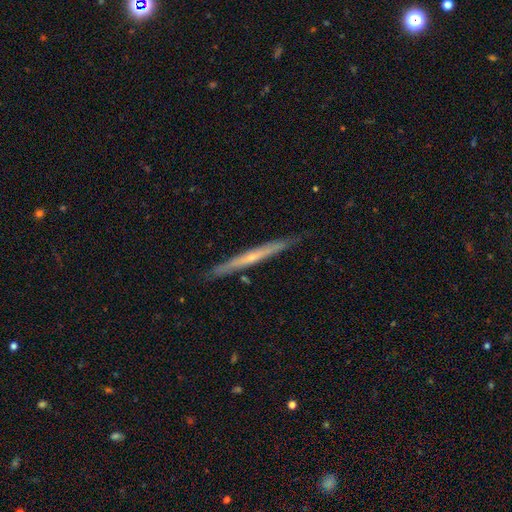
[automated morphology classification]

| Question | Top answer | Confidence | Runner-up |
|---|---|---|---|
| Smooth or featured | featured or disk | 65% | smooth (29%) |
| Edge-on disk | yes | 97% | no (3%) |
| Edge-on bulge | none | 57% | rounded (40%) |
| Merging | none | 90% | minor disturbance (8%) |